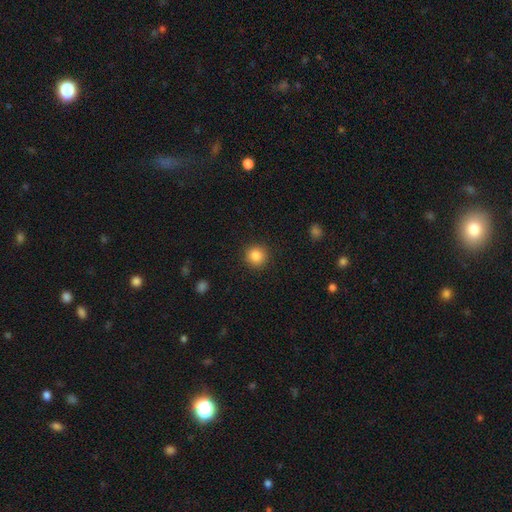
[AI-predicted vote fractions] The model was most divided on "smooth or featured": smooth: 84%, star or artifact: 10%, featured or disk: 5%. More confident: how rounded — round (94%); merging — none (91%).